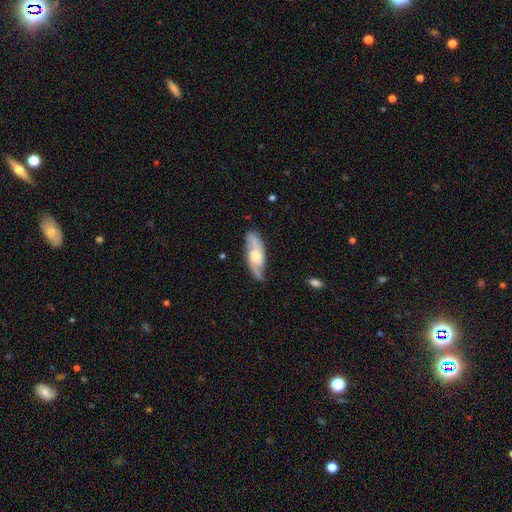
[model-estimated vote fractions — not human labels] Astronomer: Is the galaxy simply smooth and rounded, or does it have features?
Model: featured or disk — 75%.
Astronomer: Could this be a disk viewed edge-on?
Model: no — 87%.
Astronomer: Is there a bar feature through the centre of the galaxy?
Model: no — 59% (runner-up: weak, 34%).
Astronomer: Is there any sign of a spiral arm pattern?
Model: yes — 93%.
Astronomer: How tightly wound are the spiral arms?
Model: medium — 47% (runner-up: loose, 34%).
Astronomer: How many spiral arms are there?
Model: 2 — 87%.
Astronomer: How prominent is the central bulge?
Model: moderate — 61%.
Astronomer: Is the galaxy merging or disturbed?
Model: none — 78%.